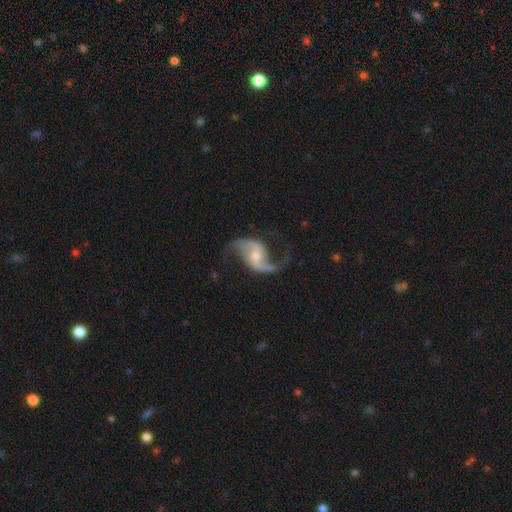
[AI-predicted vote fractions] Smooth or featured: featured or disk — 92% (star or artifact — 5%)
Edge-on disk: no — 98% (yes — 2%)
Bar: no — 39% (weak — 38%)
Spiral arms: yes — 97% (no — 3%)
Spiral winding: loose — 73% (medium — 22%)
Spiral arm count: 2 — 94% (1 — 2%)
Bulge size: moderate — 48% (small — 47%)
Merging: none — 76% (minor disturbance — 13%)